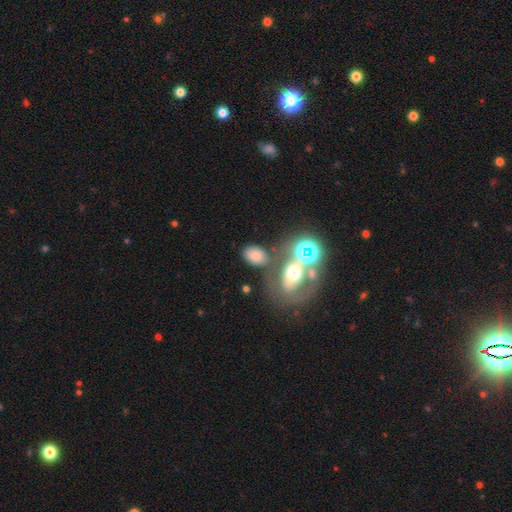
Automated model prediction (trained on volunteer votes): A smooth galaxy with no disk features (68%) that is in between round and cigar-shaped (75%).

Vote fractions:
- Smooth or featured? smooth: 68% / star or artifact: 17% / featured or disk: 14%
- How rounded? in between: 75% / round: 24% / cigar-shaped: 1%
- Merging? none: 60% / merger: 17% / minor disturbance: 15% / major disturbance: 8%